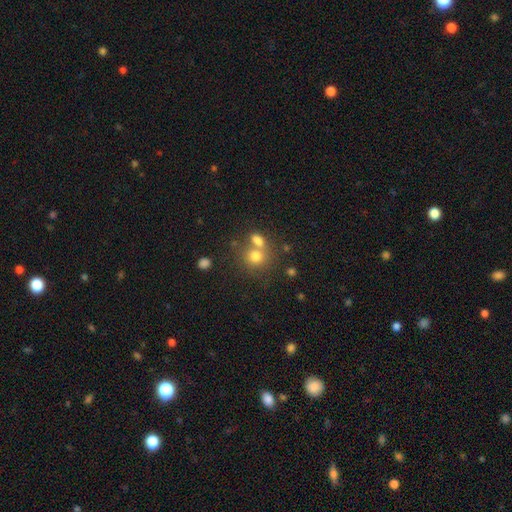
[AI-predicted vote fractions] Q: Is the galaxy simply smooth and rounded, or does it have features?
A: smooth — 74%.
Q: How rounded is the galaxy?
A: round — 75%.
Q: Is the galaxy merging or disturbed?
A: merger — 44%, tied with none.